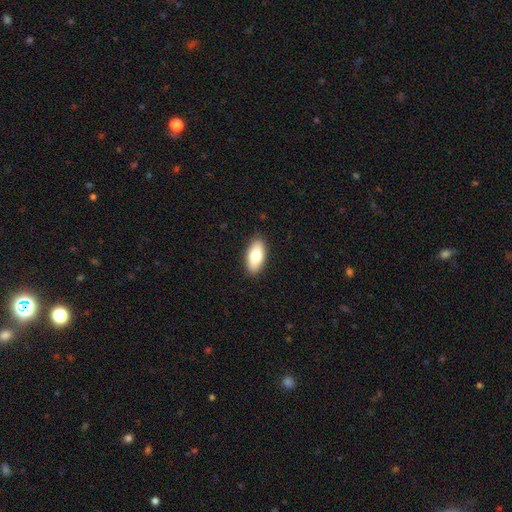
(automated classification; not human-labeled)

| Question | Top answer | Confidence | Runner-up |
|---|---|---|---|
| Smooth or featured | smooth | 77% | featured or disk (17%) |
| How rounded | in between | 90% | cigar-shaped (7%) |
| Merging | none | 89% | minor disturbance (8%) |